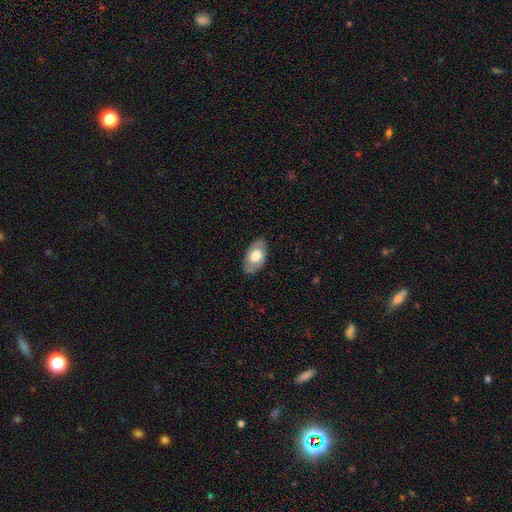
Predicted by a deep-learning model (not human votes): smooth_or_featured: smooth (p=0.55) [alt: featured or disk p=0.39]
how_rounded: in between (p=0.93) [alt: round p=0.05]
merging: none (p=0.81) [alt: minor disturbance p=0.14]